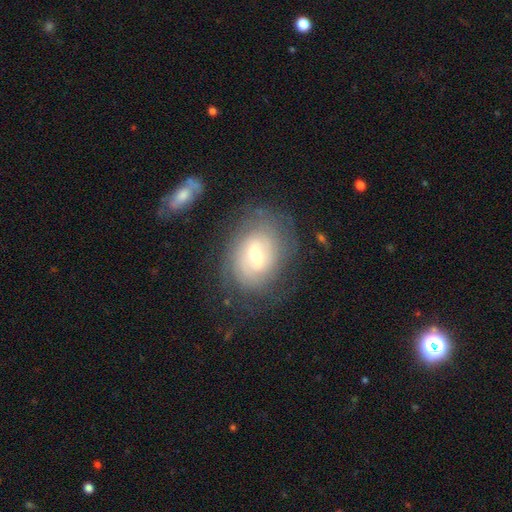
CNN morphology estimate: A featured or disk galaxy (71%) with a weak bar (54%), tight (65%) spiral arms (78%) and a moderate central bulge (59%). Merging: none (70%).